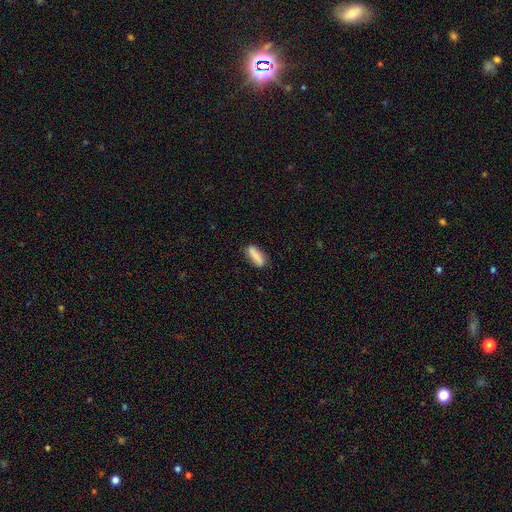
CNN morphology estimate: Smooth or featured? smooth (80%)
How rounded? cigar-shaped (51%)
Merging? none (82%)